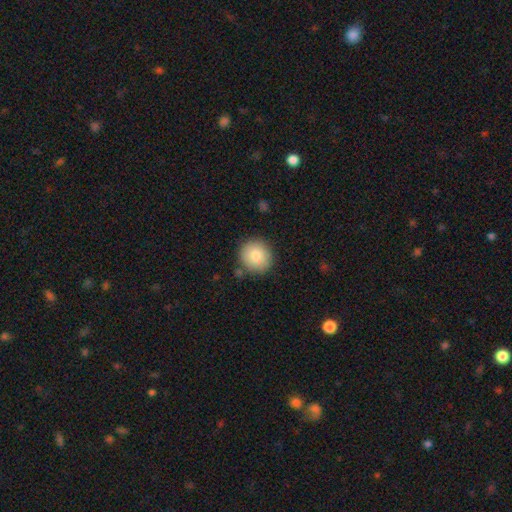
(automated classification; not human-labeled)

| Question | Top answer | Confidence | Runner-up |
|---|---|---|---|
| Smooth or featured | smooth | 83% | featured or disk (9%) |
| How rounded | round | 92% | in between (7%) |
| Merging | none | 84% | minor disturbance (10%) |